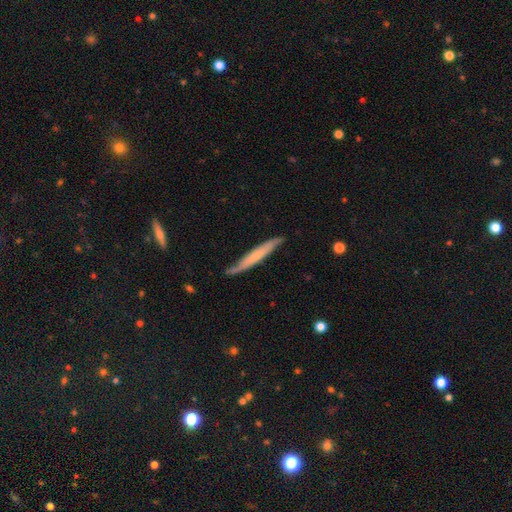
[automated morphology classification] The model was most divided on "smooth or featured": smooth: 49%, featured or disk: 46%, star or artifact: 5%. More confident: merging — none (73%).